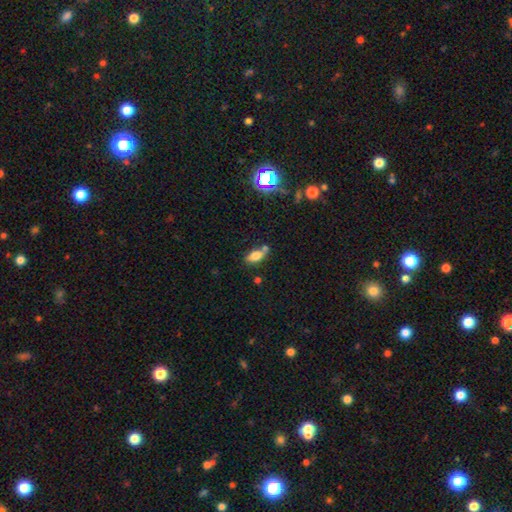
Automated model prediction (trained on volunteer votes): Smooth or featured: smooth — 75% (featured or disk — 14%)
How rounded: in between — 86% (cigar-shaped — 9%)
Merging: none — 52% (merger — 25%)